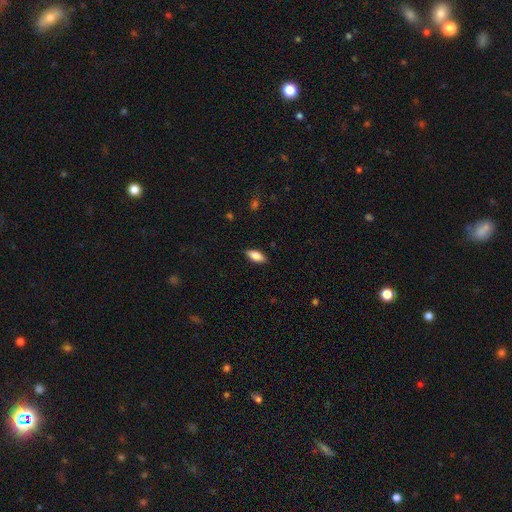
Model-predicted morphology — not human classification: Smooth or featured? Predicted: smooth (p=0.81). How rounded? Predicted: in between (p=0.81). Merging? Predicted: none (p=0.86).